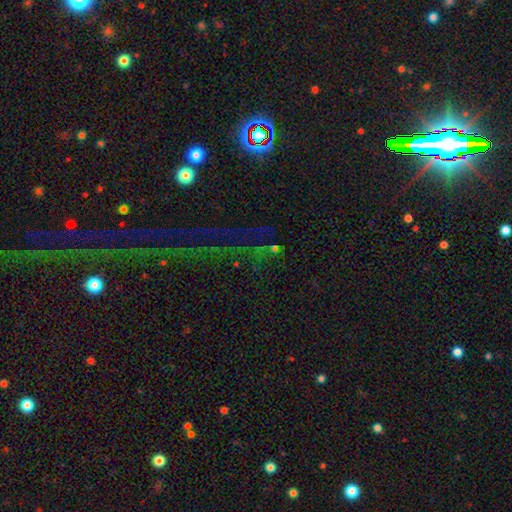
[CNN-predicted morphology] type=star or artifact (79%).